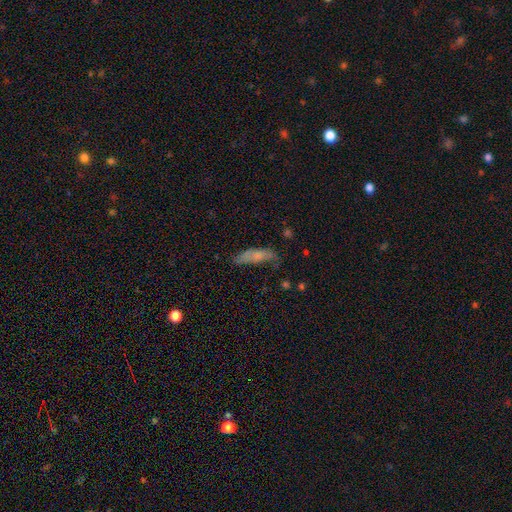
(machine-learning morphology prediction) This is likely a smooth galaxy (63%). How rounded: possibly cigar-shaped (57%). Merging: possibly none (48%).